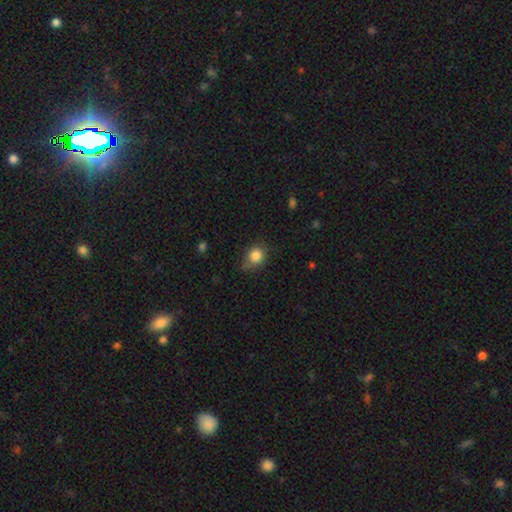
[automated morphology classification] Smooth or featured: smooth — 83% (star or artifact — 10%)
How rounded: round — 70% (in between — 29%)
Merging: none — 61% (minor disturbance — 30%)